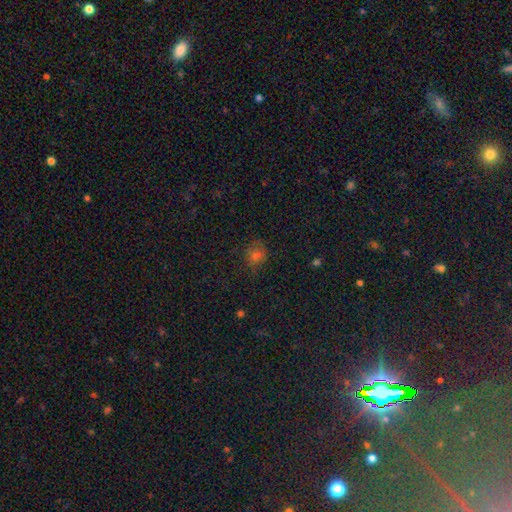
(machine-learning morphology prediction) A smooth galaxy with no disk features (64%) that is round (71%).

Vote fractions:
- Smooth or featured? smooth: 64% / star or artifact: 26% / featured or disk: 10%
- How rounded? round: 71% / in between: 28% / cigar-shaped: 1%
- Merging? none: 73% / minor disturbance: 19% / major disturbance: 6% / merger: 2%